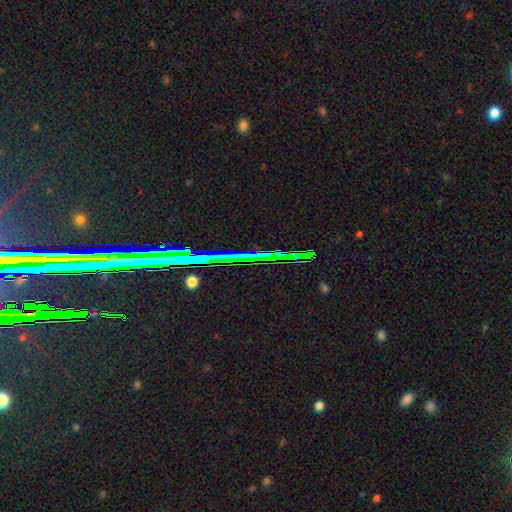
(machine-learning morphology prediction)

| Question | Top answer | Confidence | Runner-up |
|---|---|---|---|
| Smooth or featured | star or artifact | 80% | featured or disk (12%) |